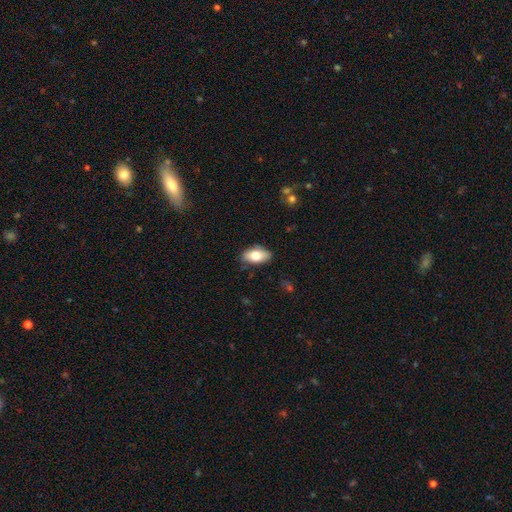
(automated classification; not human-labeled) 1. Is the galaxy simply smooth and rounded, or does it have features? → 78% smooth, 16% featured or disk, 7% star or artifact.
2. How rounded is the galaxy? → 92% in between, 4% round, 4% cigar-shaped.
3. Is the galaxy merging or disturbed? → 81% none, 15% minor disturbance, 3% major disturbance, 1% merger.